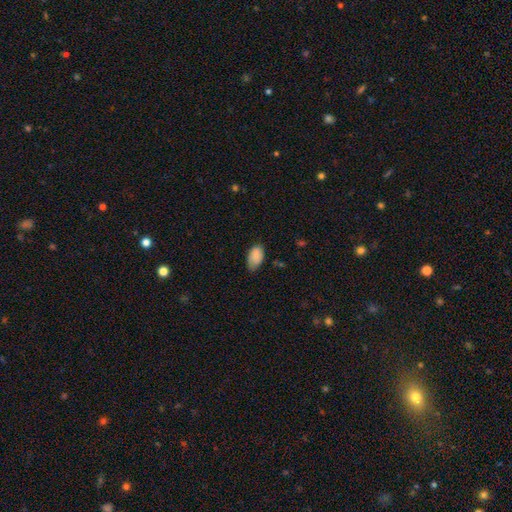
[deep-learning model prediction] smooth 85%, featured or disk 8%, star or artifact 7%. Down the decision tree: how rounded — in between (93%); merging — none (58%).